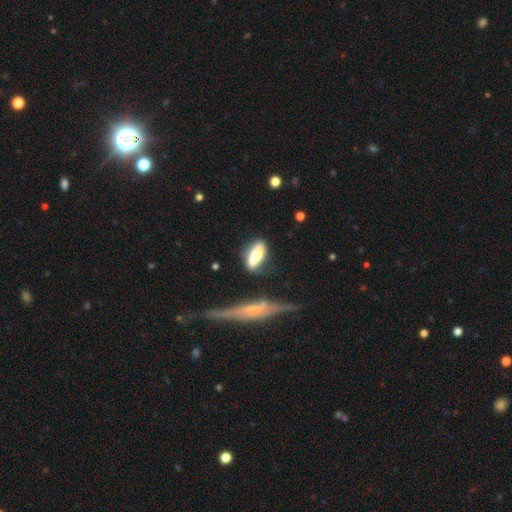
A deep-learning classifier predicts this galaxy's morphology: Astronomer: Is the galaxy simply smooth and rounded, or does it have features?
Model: smooth — 69%.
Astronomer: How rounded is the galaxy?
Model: in between — 72%.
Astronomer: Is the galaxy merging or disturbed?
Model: none — 53%.